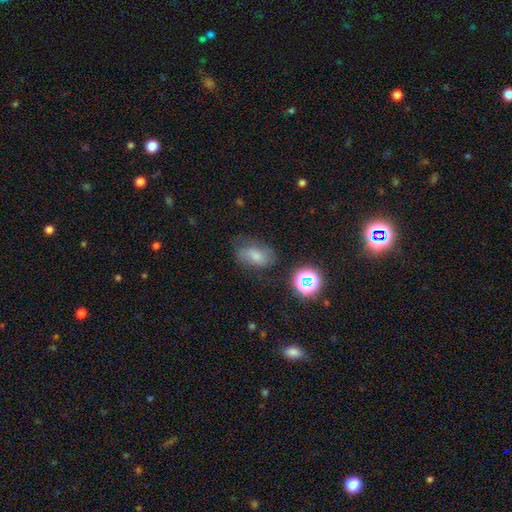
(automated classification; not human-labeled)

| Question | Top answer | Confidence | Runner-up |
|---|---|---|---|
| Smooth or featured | smooth | 57% | featured or disk (26%) |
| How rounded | in between | 83% | round (15%) |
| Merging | none | 62% | minor disturbance (24%) |